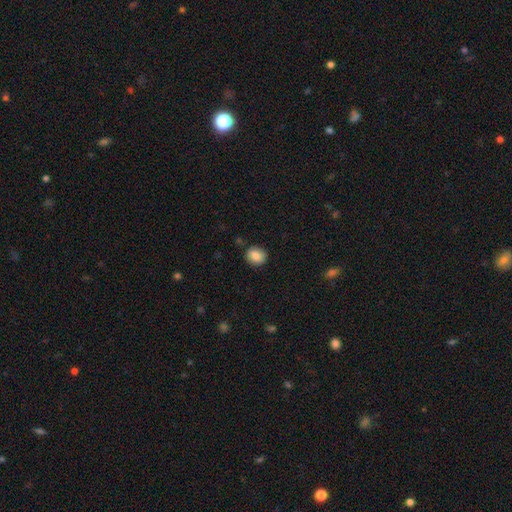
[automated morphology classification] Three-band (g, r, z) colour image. It shows a smooth galaxy with no disk features (86%) that is round (66%). Merging: none (85%).